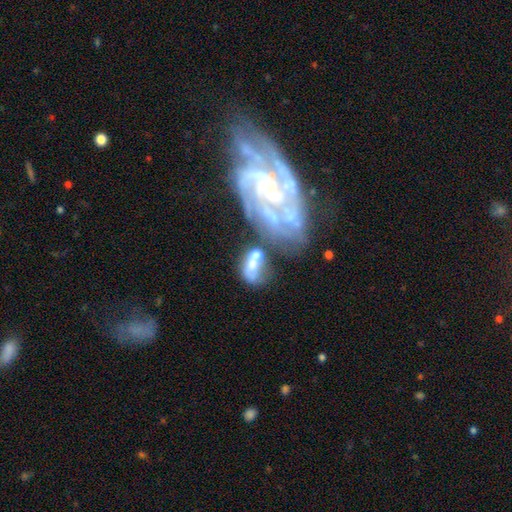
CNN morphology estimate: Q: Smooth or featured?
A: smooth (46%); runner-up: featured or disk (43%)
Q: Merging?
A: merger (48%); runner-up: major disturbance (19%)